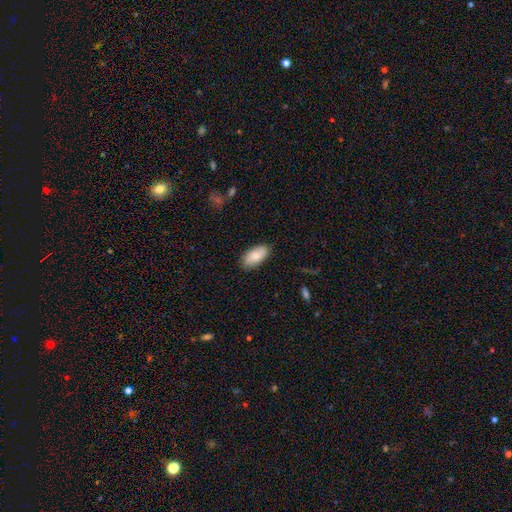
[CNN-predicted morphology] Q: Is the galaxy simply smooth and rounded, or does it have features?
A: smooth — 80%.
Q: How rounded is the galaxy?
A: in between — 93%.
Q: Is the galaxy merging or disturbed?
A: none — 84%.